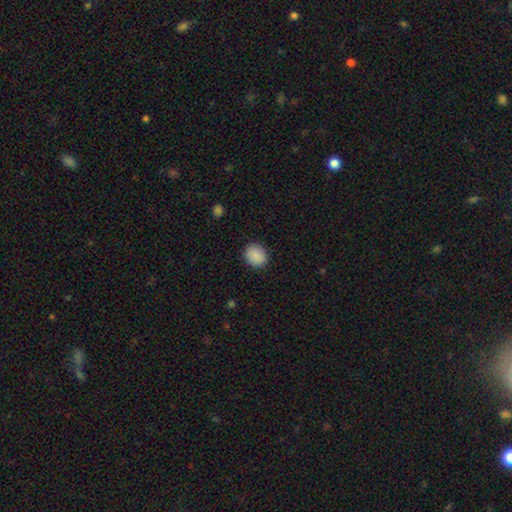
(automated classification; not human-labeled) Overall: smooth (89%). How rounded: round (65%; in between 34%). Merging: none (89%).